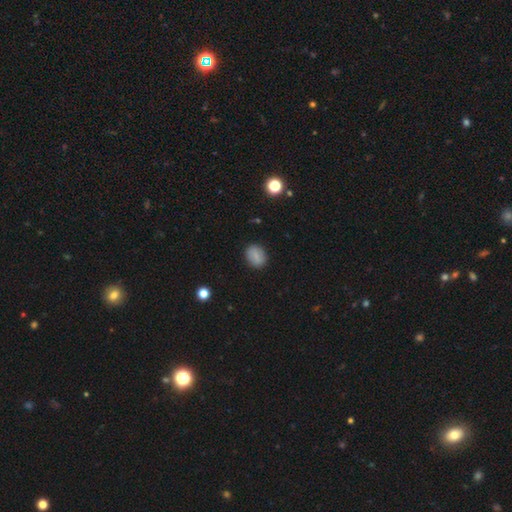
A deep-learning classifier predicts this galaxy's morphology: A smooth galaxy with no disk features (79%) that is in between round and cigar-shaped (55%).

Vote fractions:
- Smooth or featured? smooth: 79% / featured or disk: 12% / star or artifact: 9%
- How rounded? in between: 55% / round: 43% / cigar-shaped: 2%
- Merging? none: 87% / minor disturbance: 9% / major disturbance: 3% / merger: 1%